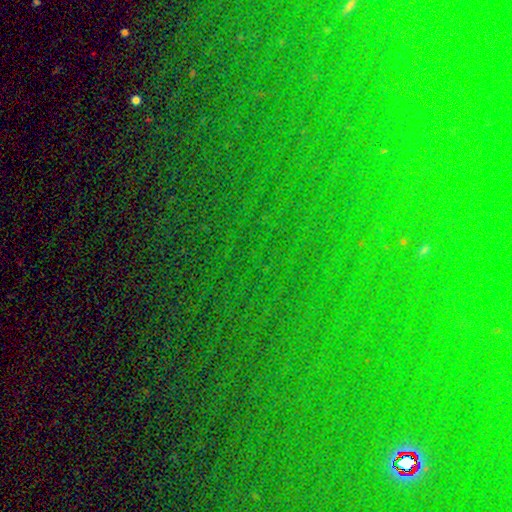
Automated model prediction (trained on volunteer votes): This is likely a star or artifact rather than a galaxy (79%).